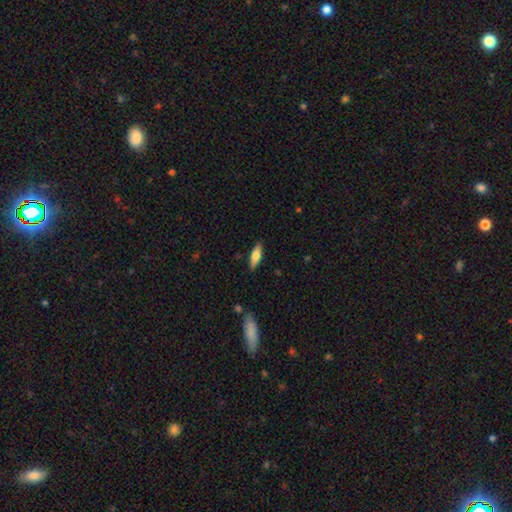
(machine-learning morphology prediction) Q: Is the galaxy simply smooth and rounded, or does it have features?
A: smooth — 59%.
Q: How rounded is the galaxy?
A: in between — 53%.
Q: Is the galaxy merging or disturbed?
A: none — 87%.